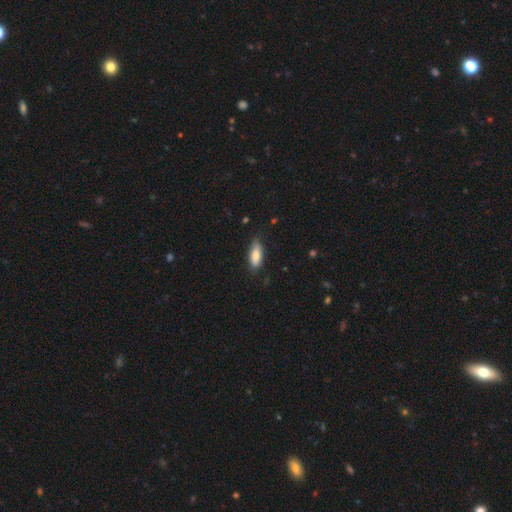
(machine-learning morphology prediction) type=smooth (80%); roundness=in between (76%); merging=none (72%).